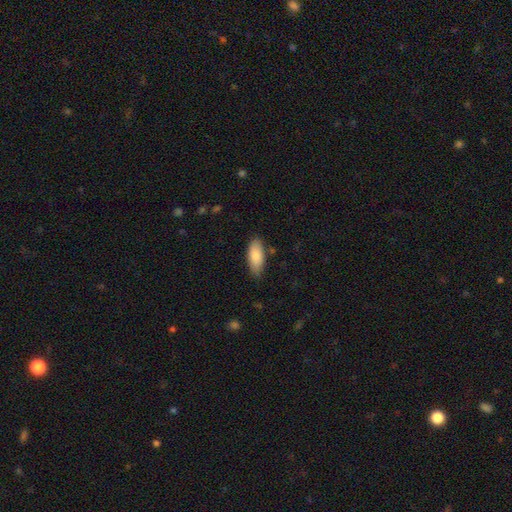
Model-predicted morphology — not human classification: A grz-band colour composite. It shows a smooth galaxy with no disk features (85%) that is in between round and cigar-shaped (80%). Merging: none (78%).